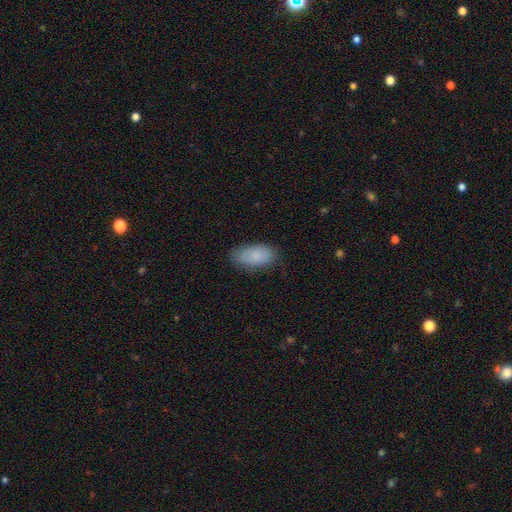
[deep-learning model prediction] smooth_or_featured: smooth (p=0.81) [alt: featured or disk p=0.12]
how_rounded: in between (p=0.94) [alt: round p=0.04]
merging: none (p=0.79) [alt: minor disturbance p=0.17]